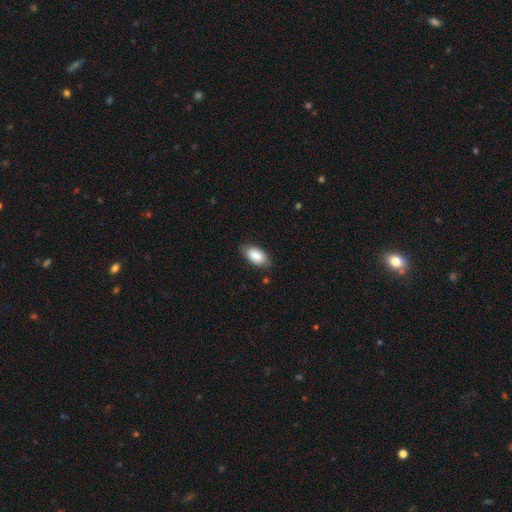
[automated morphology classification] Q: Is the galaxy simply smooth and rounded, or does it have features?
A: smooth — 86%.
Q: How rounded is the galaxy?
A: in between — 94%.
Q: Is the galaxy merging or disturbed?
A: none — 80%.